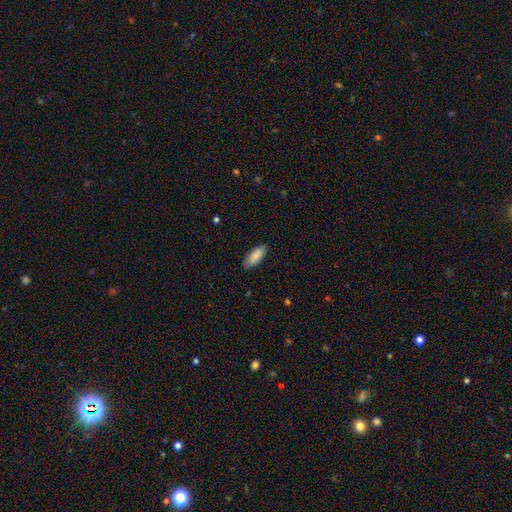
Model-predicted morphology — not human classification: This appears to be a smooth galaxy with no disk features (87%) that is in between round and cigar-shaped (79%). Merging: none (86%).